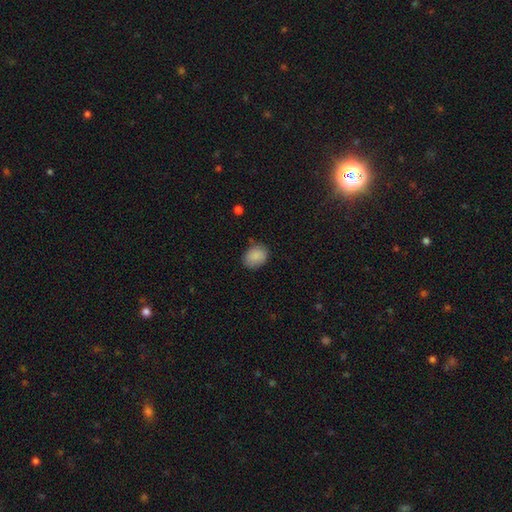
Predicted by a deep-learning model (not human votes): The model was most divided on "how rounded": in between: 54%, round: 45%, cigar-shaped: 1%. More confident: smooth or featured — smooth (87%); merging — none (78%).